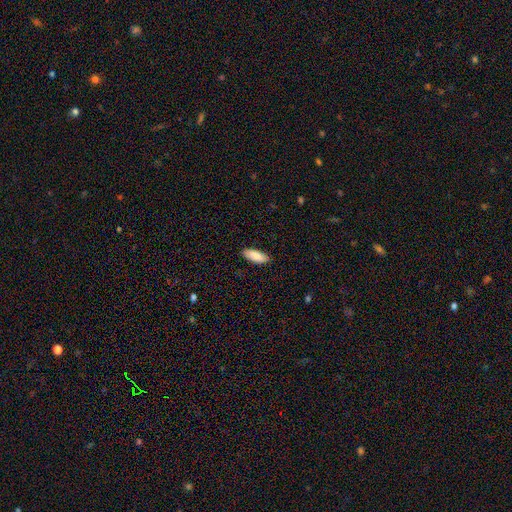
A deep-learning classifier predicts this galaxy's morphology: Smooth or featured? Predicted: smooth (p=0.88). How rounded? Predicted: in between (p=0.81). Merging? Predicted: none (p=0.88).